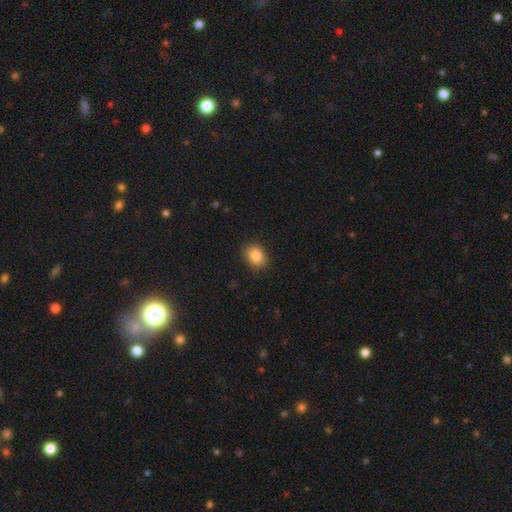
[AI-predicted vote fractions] smooth 86%, star or artifact 9%, featured or disk 5%. Down the decision tree: how rounded — in between (59%); merging — none (86%).